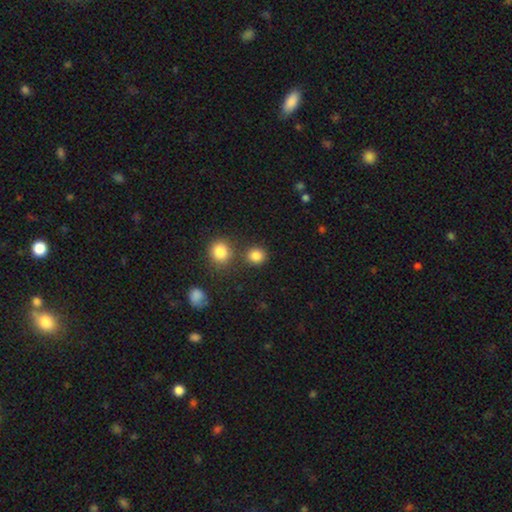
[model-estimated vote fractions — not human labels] Overall: smooth (84%). How rounded: round (83%). Merging: none (77%).